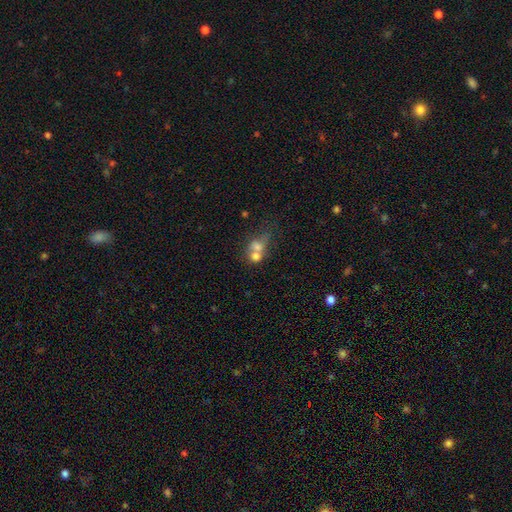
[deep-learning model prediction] Smooth or featured?
  - smooth: 65% *
  - featured or disk: 23%
  - star or artifact: 12%
How rounded?
  - round: 60% *
  - in between: 39%
  - cigar-shaped: 2%
Merging?
  - merger: 67% *
  - none: 20%
  - minor disturbance: 7%
  - major disturbance: 6%